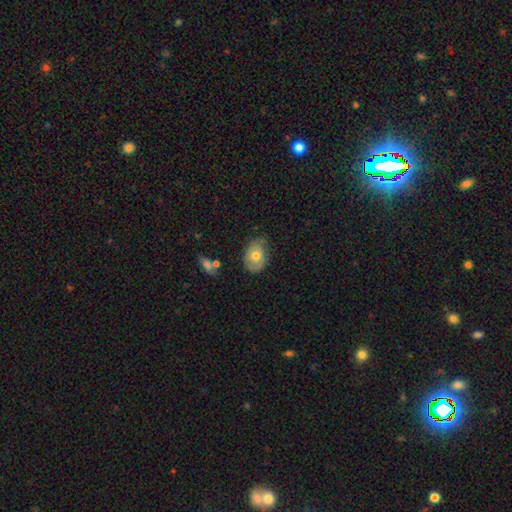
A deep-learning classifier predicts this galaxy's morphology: Smooth or featured? Predicted: smooth (p=0.52). How rounded? Predicted: in between (p=0.78). Merging? Predicted: none (p=0.60).